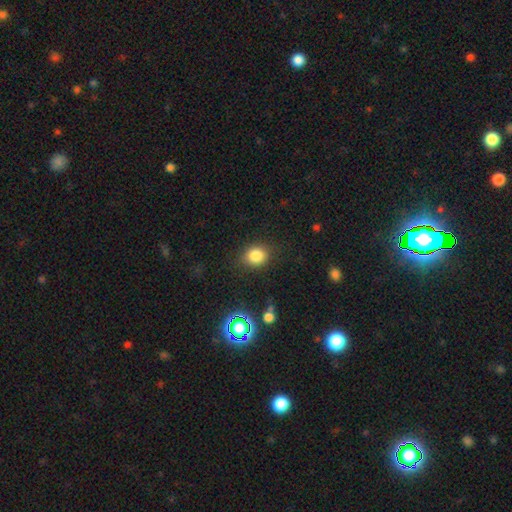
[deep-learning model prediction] Smooth or featured: smooth — 81% (star or artifact — 13%)
How rounded: round — 67% (in between — 32%)
Merging: none — 81% (minor disturbance — 13%)